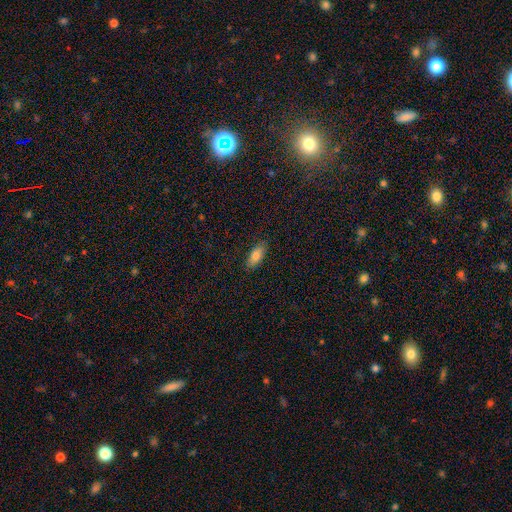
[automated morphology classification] This is likely a smooth galaxy (78%). How rounded: likely in between (79%). Merging: clearly none (88%).